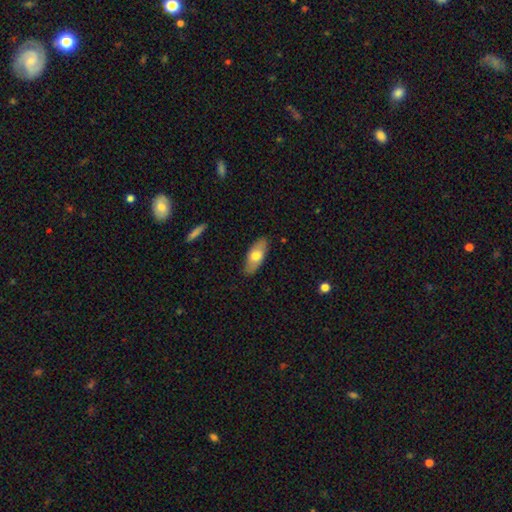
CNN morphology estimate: A smooth galaxy with no disk features (67%) that is in between round and cigar-shaped (85%).

Vote fractions:
- Smooth or featured? smooth: 67% / featured or disk: 27% / star or artifact: 6%
- How rounded? in between: 85% / cigar-shaped: 12% / round: 3%
- Merging? none: 86% / minor disturbance: 11% / major disturbance: 2% / merger: 1%